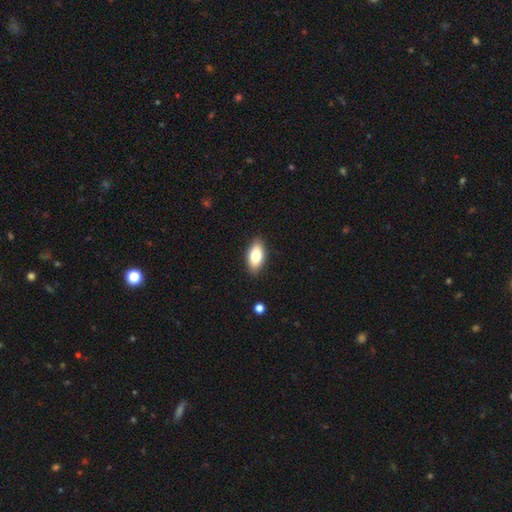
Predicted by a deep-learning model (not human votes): smooth 78%, featured or disk 15%, star or artifact 7%. Down the decision tree: how rounded — in between (89%); merging — none (88%).